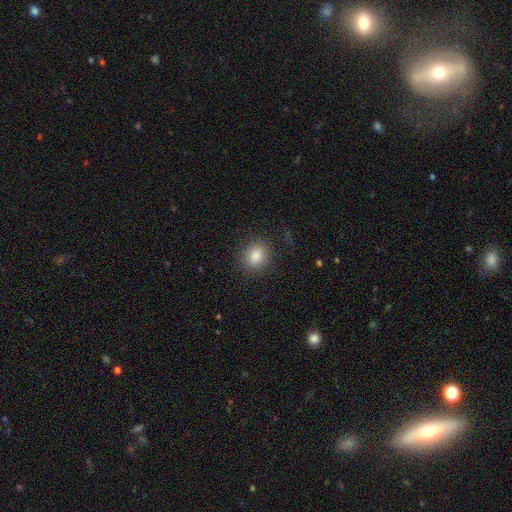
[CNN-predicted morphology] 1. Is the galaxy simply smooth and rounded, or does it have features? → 84% smooth, 11% star or artifact, 5% featured or disk.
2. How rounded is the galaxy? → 75% round, 24% in between, 1% cigar-shaped.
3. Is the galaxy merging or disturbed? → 86% none, 9% minor disturbance, 4% major disturbance, 1% merger.